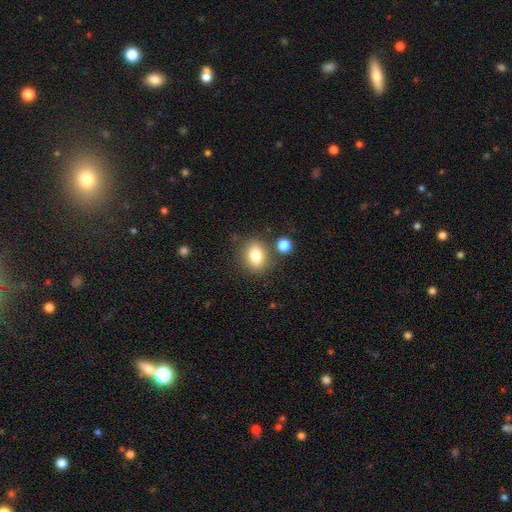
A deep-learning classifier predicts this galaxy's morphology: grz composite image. It shows a smooth galaxy with no disk features (79%) that is in between round and cigar-shaped (58%). Merging: none (77%).